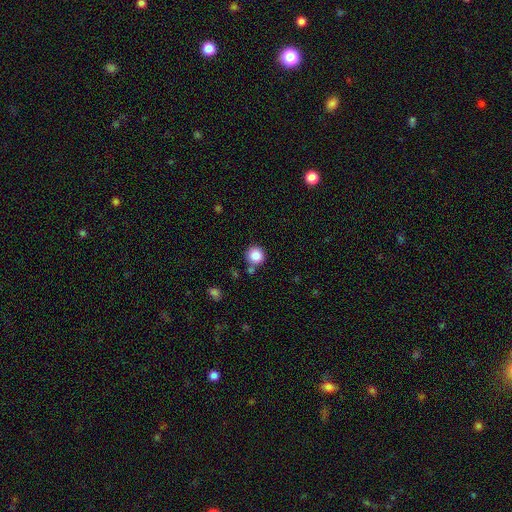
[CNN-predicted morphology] A smooth galaxy with no disk features (85%) that is round (93%).

Vote fractions:
- Smooth or featured? smooth: 85% / star or artifact: 10% / featured or disk: 5%
- How rounded? round: 93% / in between: 6% / cigar-shaped: 1%
- Merging? none: 79% / minor disturbance: 10% / merger: 9% / major disturbance: 3%